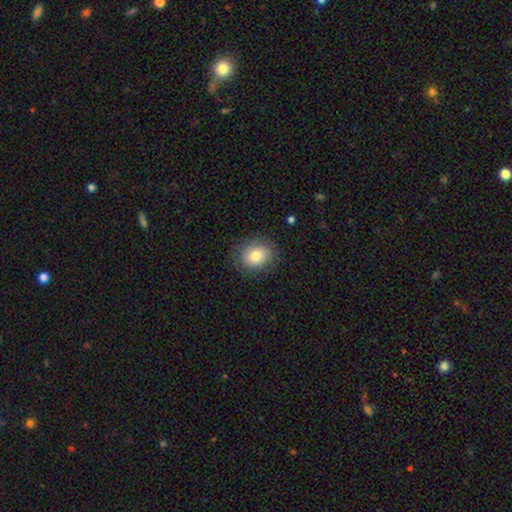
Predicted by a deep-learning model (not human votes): This is clearly a smooth galaxy (80%). How rounded: possibly round (54%). Merging: clearly none (84%).